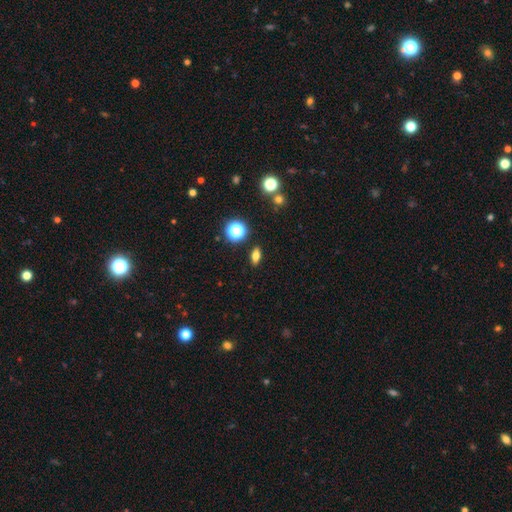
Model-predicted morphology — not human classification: type=smooth (70%); roundness=in between (73%); merging=none (89%).